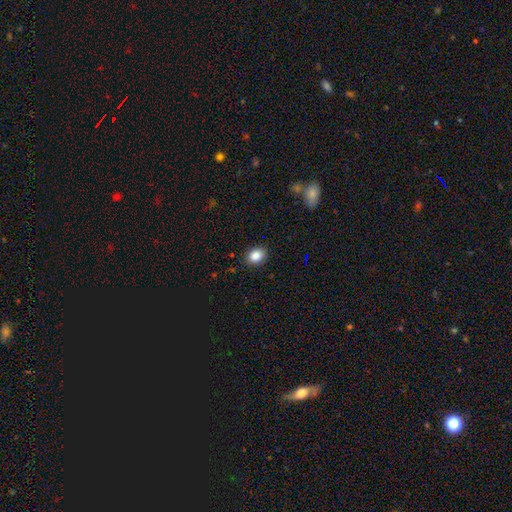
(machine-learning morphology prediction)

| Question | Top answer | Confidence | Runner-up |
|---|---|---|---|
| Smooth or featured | smooth | 86% | star or artifact (10%) |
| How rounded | in between | 53% | round (46%) |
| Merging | none | 87% | minor disturbance (9%) |